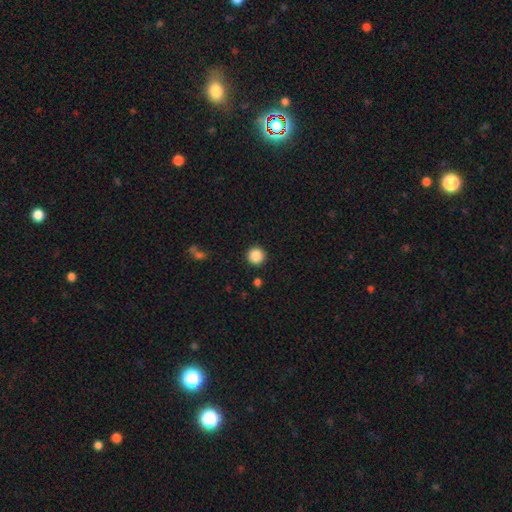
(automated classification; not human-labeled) Smooth or featured? smooth (87%)
How rounded? round (96%)
Merging? none (92%)